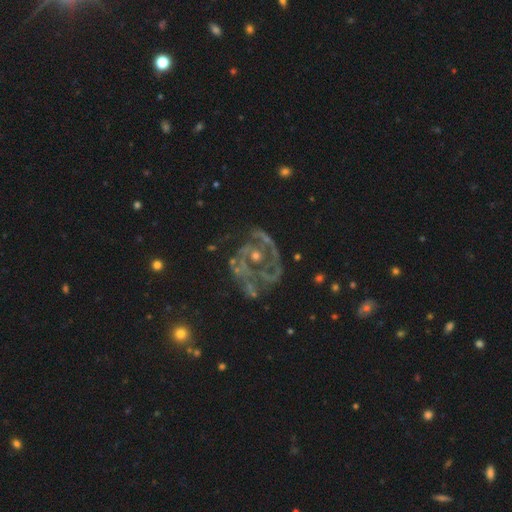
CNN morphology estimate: The model was most divided on "spiral winding": medium: 41%, tight: 40%, loose: 19%. Remaining: edge-on disk — no (98%); smooth or featured — featured or disk (82%); spiral arms — yes (76%); bar — no (74%); bulge size — small (49%); merging — none (46%); spiral arm count — 2 (32%).